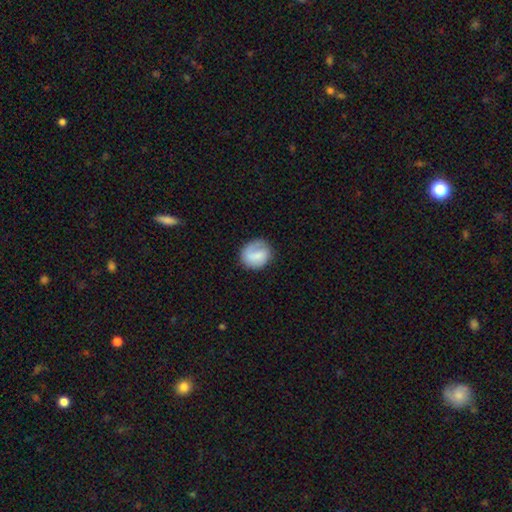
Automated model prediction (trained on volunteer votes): Smooth or featured? Predicted: smooth (p=0.65). How rounded? Predicted: round (p=0.75). Merging? Predicted: none (p=0.71).